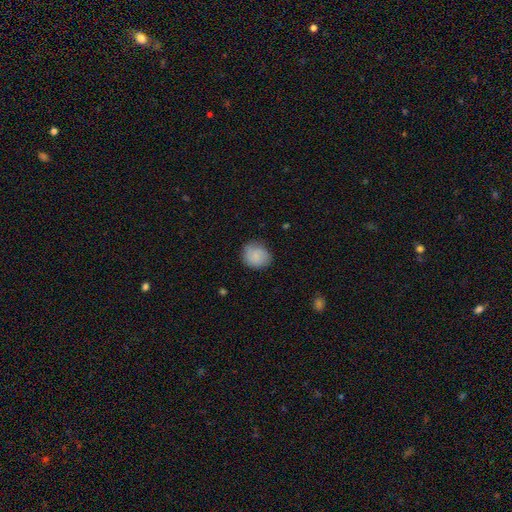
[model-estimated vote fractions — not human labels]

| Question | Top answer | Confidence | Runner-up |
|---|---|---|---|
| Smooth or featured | smooth | 83% | featured or disk (10%) |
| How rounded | round | 76% | in between (23%) |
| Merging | none | 78% | minor disturbance (17%) |